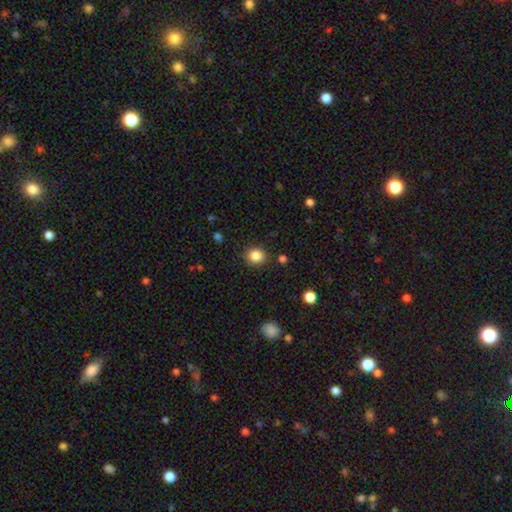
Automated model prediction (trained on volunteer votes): Q: Smooth or featured?
A: smooth (85%); runner-up: star or artifact (10%)
Q: How rounded?
A: round (71%); runner-up: in between (28%)
Q: Merging?
A: none (86%); runner-up: minor disturbance (9%)